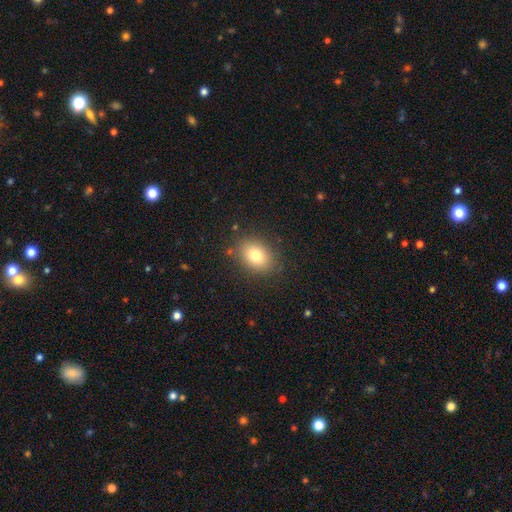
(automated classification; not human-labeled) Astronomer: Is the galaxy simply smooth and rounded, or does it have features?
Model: smooth — 78%.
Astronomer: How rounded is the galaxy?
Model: in between — 67%.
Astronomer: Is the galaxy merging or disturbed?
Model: none — 85%.